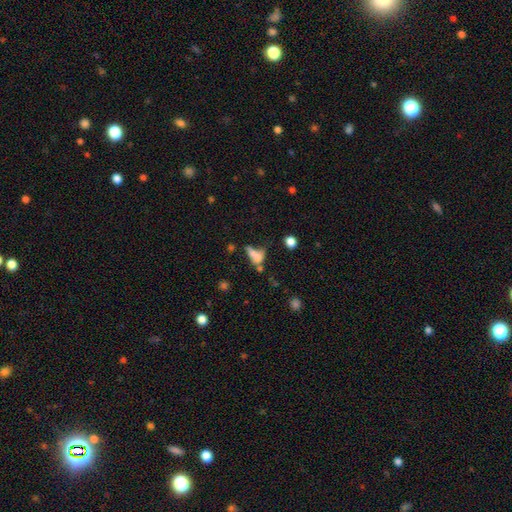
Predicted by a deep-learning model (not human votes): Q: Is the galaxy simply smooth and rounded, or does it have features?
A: smooth — 60%.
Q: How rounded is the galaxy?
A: in between — 68%.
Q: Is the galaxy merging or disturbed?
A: merger — 39%.